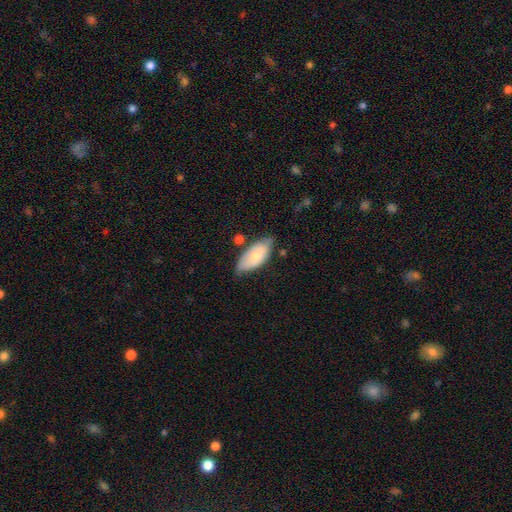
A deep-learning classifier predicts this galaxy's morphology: smooth-or-featured: smooth: 69% | featured or disk: 25% | star or artifact: 6%
  how-rounded: in between: 91% | cigar-shaped: 7% | round: 2%
  merging: none: 57% | minor disturbance: 32% | major disturbance: 6% | merger: 6%